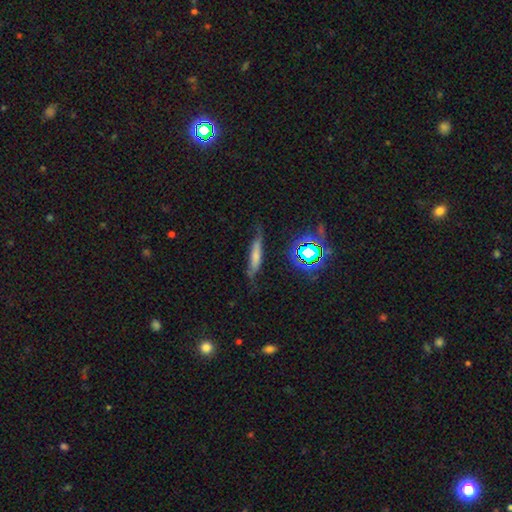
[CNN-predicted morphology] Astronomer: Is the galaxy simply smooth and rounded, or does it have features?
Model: smooth — 56%.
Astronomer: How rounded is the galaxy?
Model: cigar-shaped — 81%.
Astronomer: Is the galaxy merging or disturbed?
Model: none — 62%.